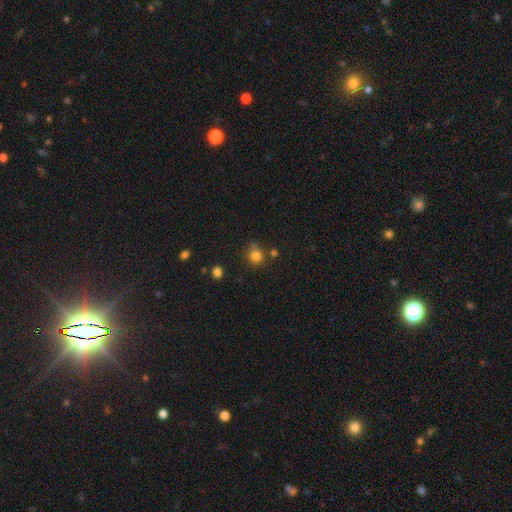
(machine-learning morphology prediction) Q: Smooth or featured?
A: smooth (81%); runner-up: star or artifact (13%)
Q: How rounded?
A: round (83%); runner-up: in between (16%)
Q: Merging?
A: none (68%); runner-up: minor disturbance (17%)